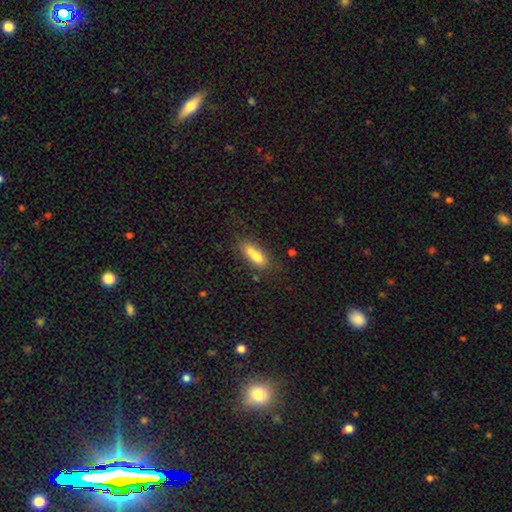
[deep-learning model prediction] Q: Smooth or featured?
A: smooth (73%); runner-up: featured or disk (17%)
Q: How rounded?
A: in between (68%); runner-up: cigar-shaped (28%)
Q: Merging?
A: none (46%); runner-up: merger (30%)